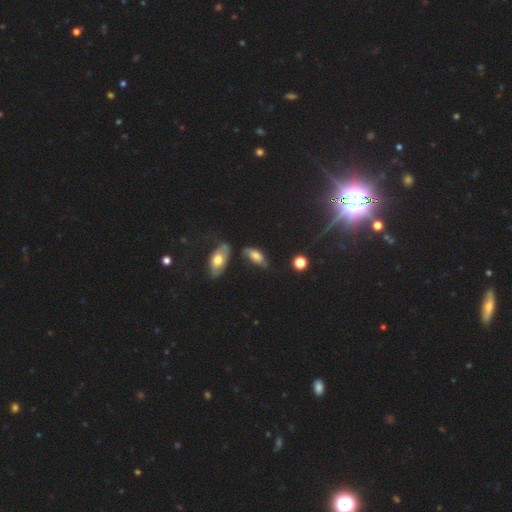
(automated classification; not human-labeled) smooth_or_featured: smooth (p=0.65) [alt: featured or disk p=0.22]
how_rounded: in between (p=0.84) [alt: cigar-shaped p=0.11]
merging: none (p=0.52) [alt: minor disturbance p=0.27]